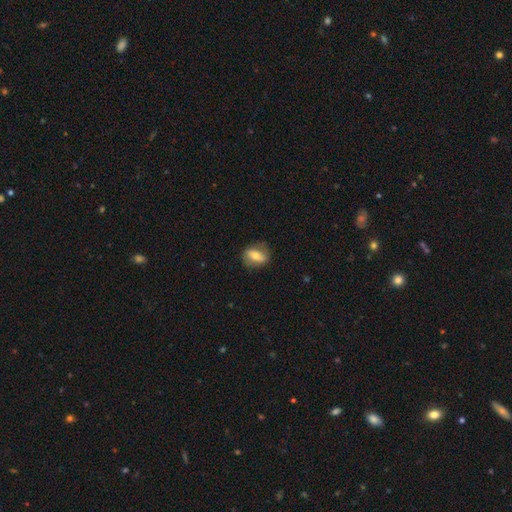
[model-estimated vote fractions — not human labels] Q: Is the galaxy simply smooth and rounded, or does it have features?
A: smooth — 54%.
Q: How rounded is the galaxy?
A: in between — 68%.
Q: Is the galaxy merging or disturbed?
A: none — 78%.